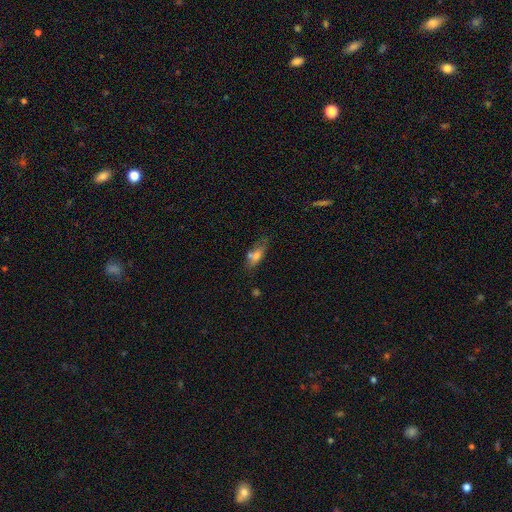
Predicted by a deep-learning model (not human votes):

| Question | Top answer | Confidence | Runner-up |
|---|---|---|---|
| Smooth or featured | smooth | 64% | featured or disk (26%) |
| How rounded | in between | 69% | cigar-shaped (26%) |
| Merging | none | 53% | merger (21%) |